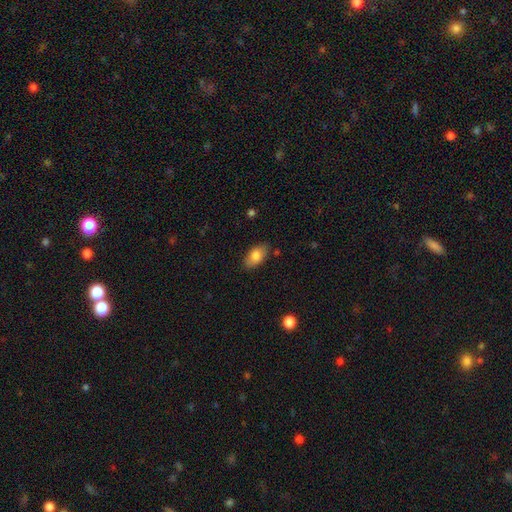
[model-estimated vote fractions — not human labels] Smooth or featured? Predicted: smooth (p=0.80). How rounded? Predicted: in between (p=0.92). Merging? Predicted: none (p=0.82).